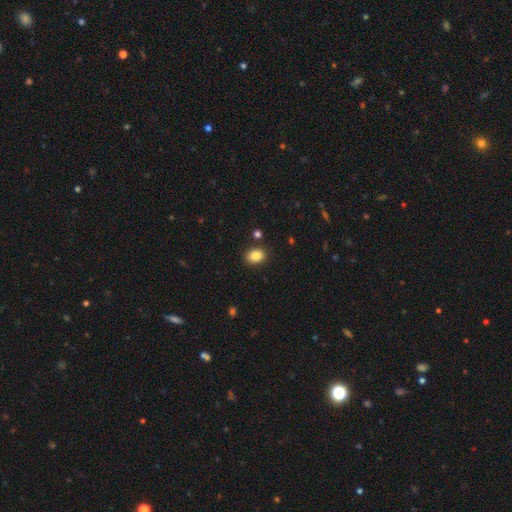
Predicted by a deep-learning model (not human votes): smooth-or-featured: smooth: 87% | star or artifact: 9% | featured or disk: 4%
  how-rounded: in between: 66% | round: 33% | cigar-shaped: 1%
  merging: none: 86% | minor disturbance: 9% | merger: 3% | major disturbance: 3%